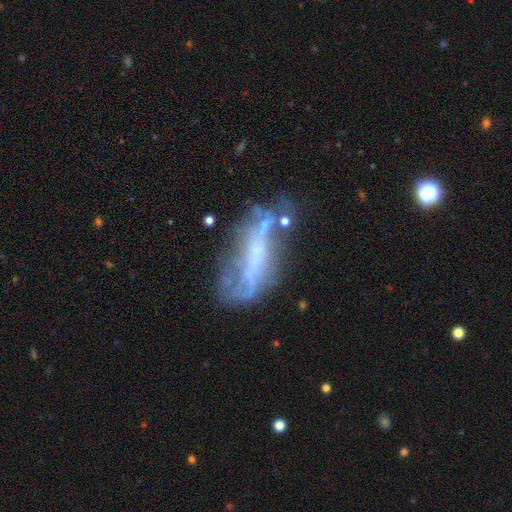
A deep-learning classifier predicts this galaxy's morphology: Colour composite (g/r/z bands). It shows a featured or disk galaxy (64%). Merging: none (41%).